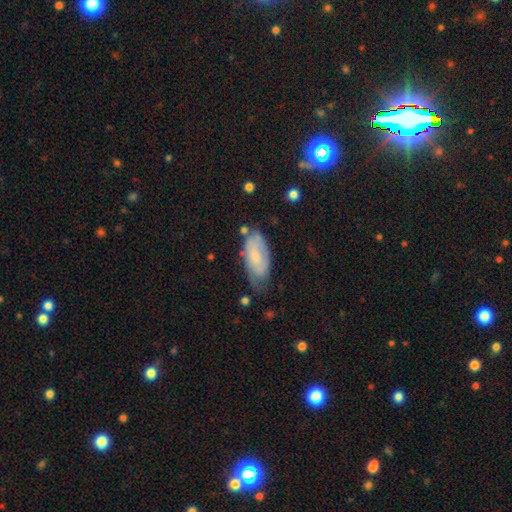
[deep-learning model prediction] Morphology: type=smooth (54%); roundness=in between (88%); merging=none (54%).